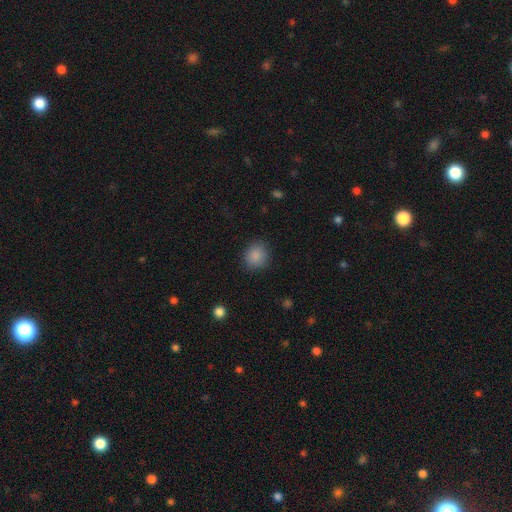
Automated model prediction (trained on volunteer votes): smooth 87%, star or artifact 9%, featured or disk 4%. Down the decision tree: how rounded — round (81%); merging — none (86%).